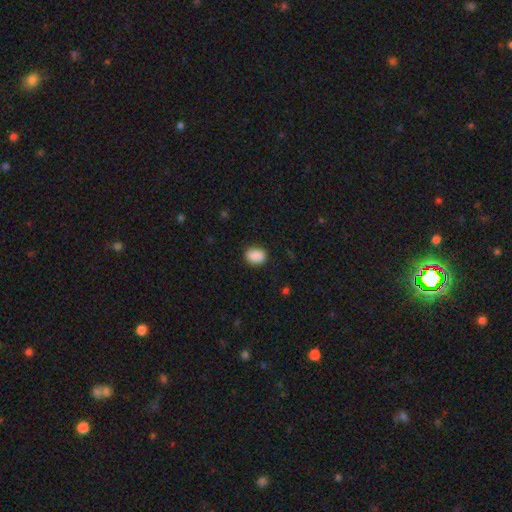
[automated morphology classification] Overall: smooth (89%). How rounded: in between (64%; round 35%). Merging: none (85%).